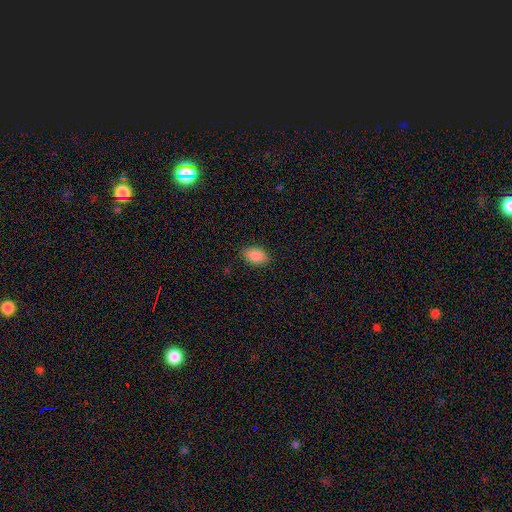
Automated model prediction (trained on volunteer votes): smooth 88%, star or artifact 7%, featured or disk 4%. Down the decision tree: how rounded — in between (90%); merging — none (86%).